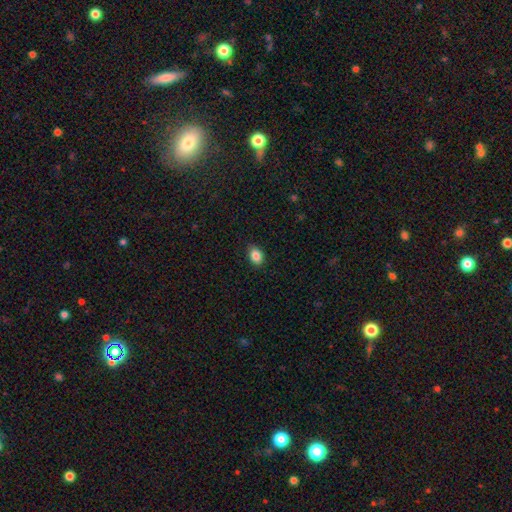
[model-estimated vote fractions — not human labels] Overall: smooth (86%). How rounded: in between (76%). Merging: none (87%).